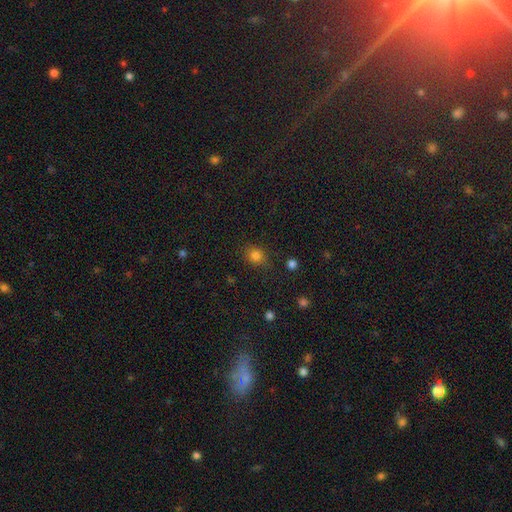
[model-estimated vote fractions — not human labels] smooth-or-featured: smooth: 81% | star or artifact: 14% | featured or disk: 5%
  how-rounded: round: 74% | in between: 25% | cigar-shaped: 1%
  merging: none: 77% | minor disturbance: 15% | major disturbance: 5% | merger: 2%